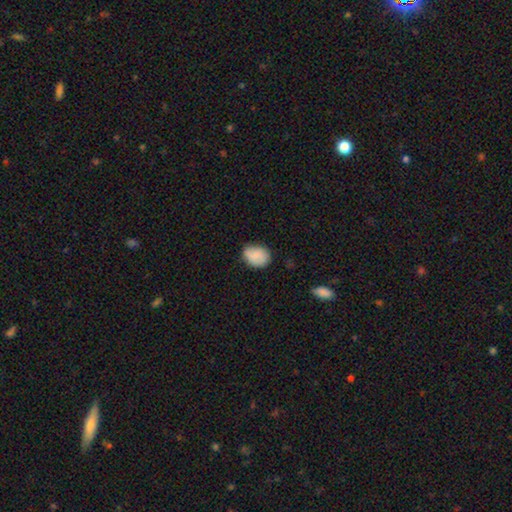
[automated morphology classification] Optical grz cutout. It shows a smooth galaxy with no disk features (82%) that is in between round and cigar-shaped (55%). Merging: none (64%).